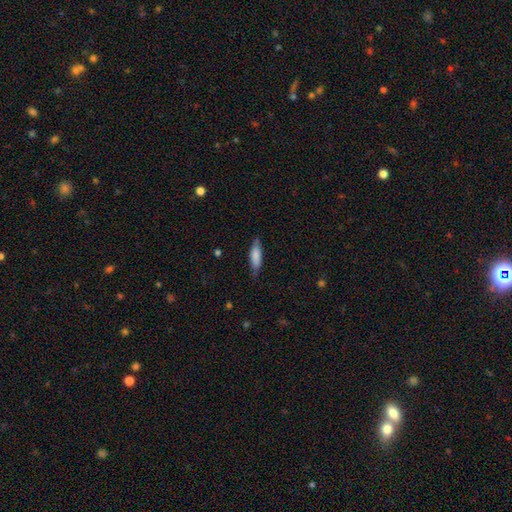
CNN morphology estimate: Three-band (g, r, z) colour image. It shows a smooth galaxy with no disk features (80%) that is cigar-shaped (50%). Merging: none (72%).